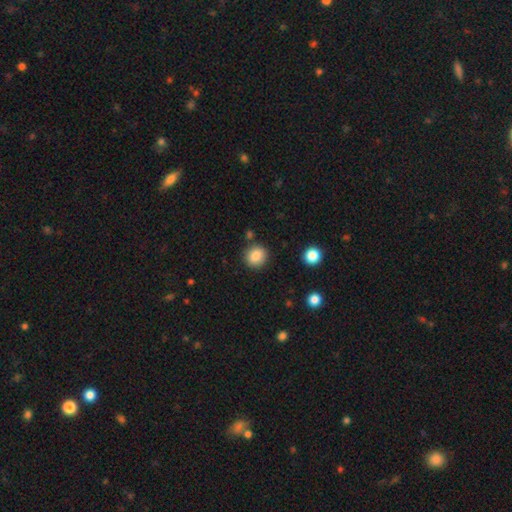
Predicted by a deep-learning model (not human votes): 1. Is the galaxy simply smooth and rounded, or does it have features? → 85% smooth, 10% star or artifact, 5% featured or disk.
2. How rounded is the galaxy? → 81% round, 18% in between, 1% cigar-shaped.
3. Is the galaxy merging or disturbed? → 86% none, 8% minor disturbance, 4% merger, 2% major disturbance.